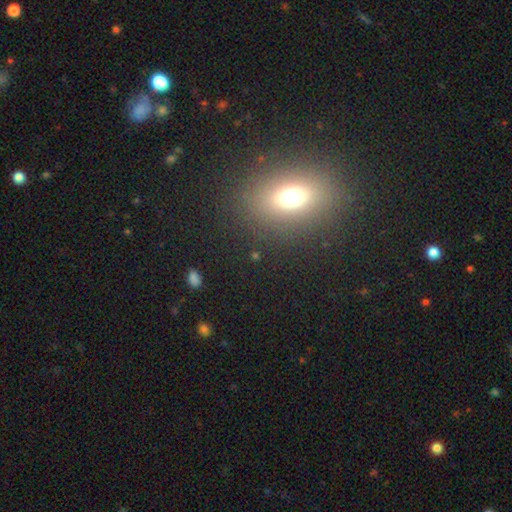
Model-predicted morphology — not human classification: smooth_or_featured: smooth (p=0.64) [alt: star or artifact p=0.23]
how_rounded: in between (p=0.62) [alt: round p=0.31]
merging: none (p=0.83) [alt: minor disturbance p=0.09]